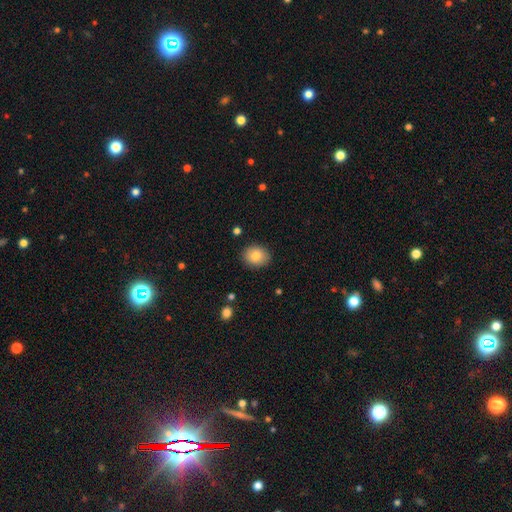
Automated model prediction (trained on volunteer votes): This is clearly a smooth galaxy (82%). How rounded: possibly round (55%). Merging: clearly none (89%).